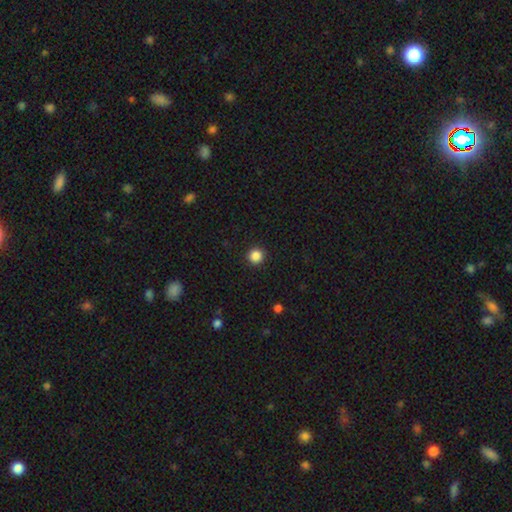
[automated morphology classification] Q: Smooth or featured?
A: smooth (86%); runner-up: star or artifact (11%)
Q: How rounded?
A: round (95%); runner-up: in between (4%)
Q: Merging?
A: none (93%); runner-up: minor disturbance (5%)